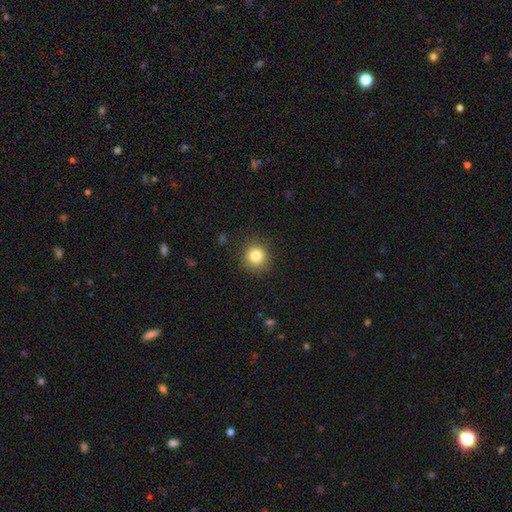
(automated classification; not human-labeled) This appears to be a smooth galaxy with no disk features (82%) that is round (93%). Merging: none (89%).